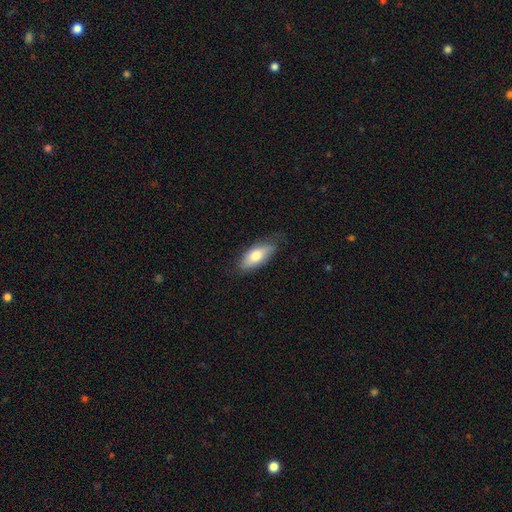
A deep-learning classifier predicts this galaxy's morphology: type=smooth (73%); roundness=in between (84%); merging=none (73%).